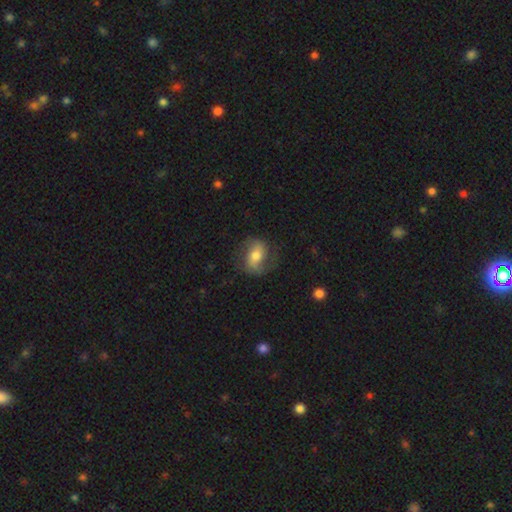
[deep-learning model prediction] smooth-or-featured: featured or disk: 58% | smooth: 34% | star or artifact: 8%
  disk-edge-on: no: 96% | yes: 4%
    bar: weak: 39% | no: 36% | strong: 25%
    has-spiral-arms: yes: 86% | no: 14%
    bulge-size: moderate: 62% | small: 22% | large: 12% | none: 2% | dominant: 2%
  merging: none: 67% | minor disturbance: 19% | major disturbance: 13% | merger: 1%